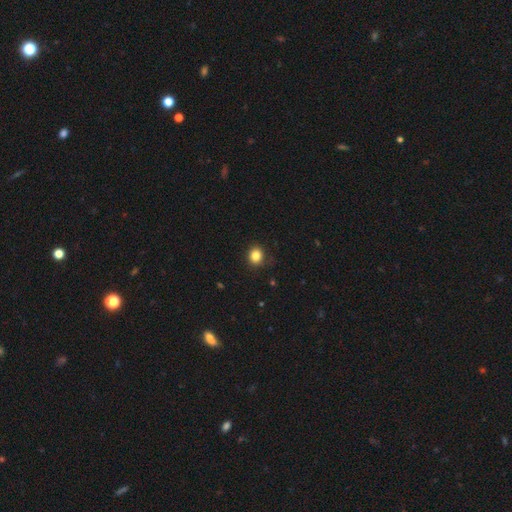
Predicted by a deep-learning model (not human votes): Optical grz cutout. It shows a smooth galaxy with no disk features (84%) that is round (77%). Merging: none (86%).